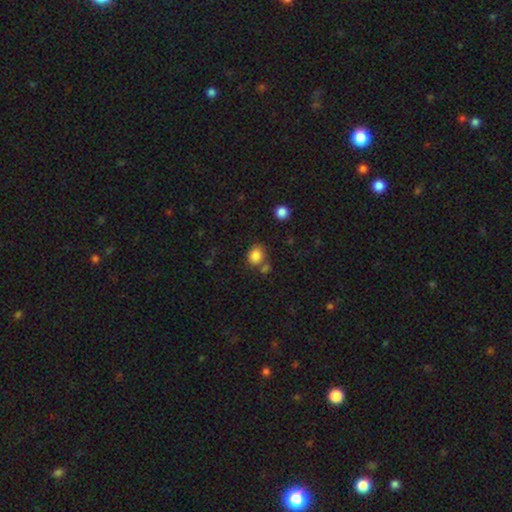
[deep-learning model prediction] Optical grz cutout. It shows a smooth galaxy with no disk features (84%) that is round (61%). Merging: none (65%).